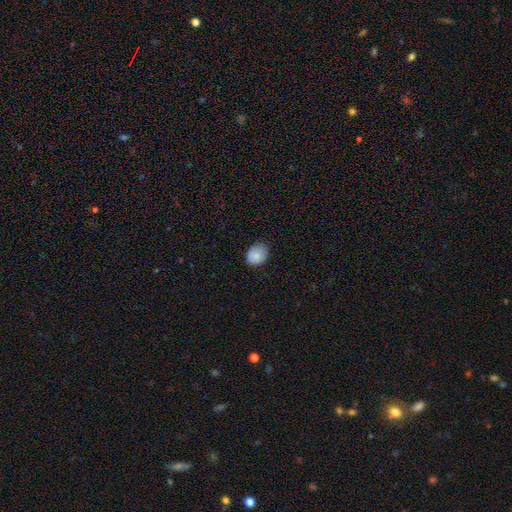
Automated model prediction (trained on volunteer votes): This is clearly a smooth galaxy (87%). How rounded: possibly round (51%). Merging: likely none (76%).